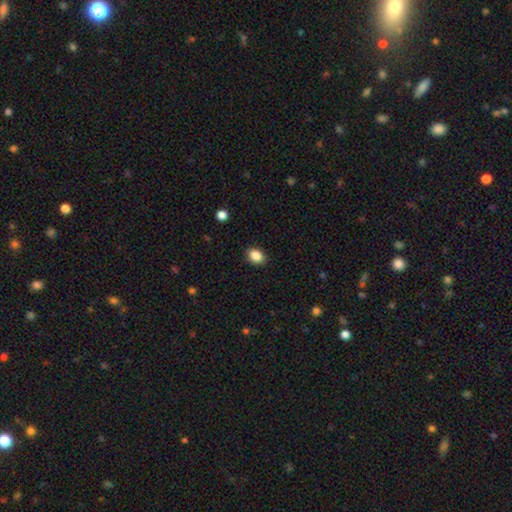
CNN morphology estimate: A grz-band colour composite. It shows a smooth galaxy with no disk features (87%) that is in between round and cigar-shaped (64%). Merging: none (89%).